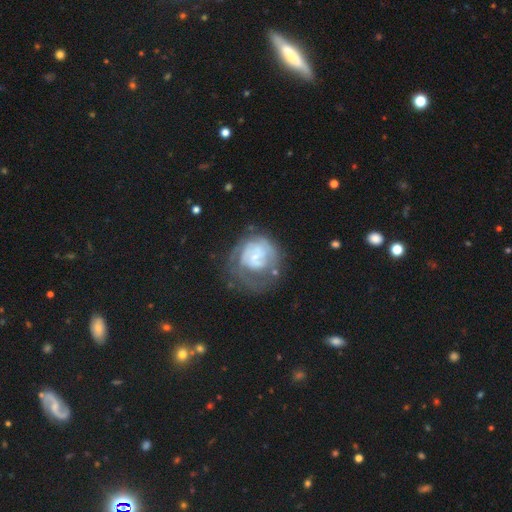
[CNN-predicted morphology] The model was most divided on "merging": none: 41%, major disturbance: 33%, minor disturbance: 21%, merger: 5%. More confident: edge-on disk — no (98%); spiral arms — yes (72%); smooth or featured — featured or disk (69%); bar — no (66%); bulge size — small (63%).